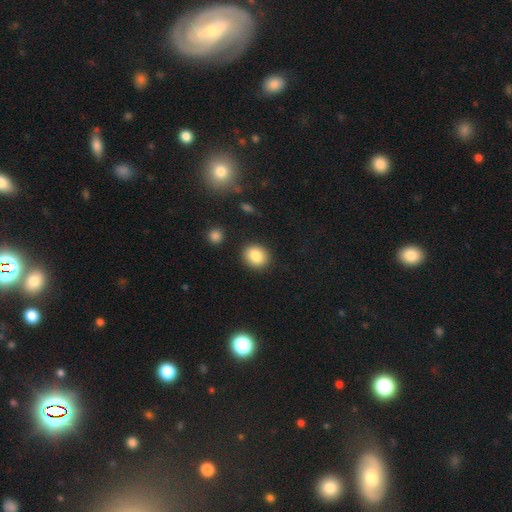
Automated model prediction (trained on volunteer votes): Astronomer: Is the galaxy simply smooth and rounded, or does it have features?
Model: smooth — 86%.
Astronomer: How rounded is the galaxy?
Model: round — 63%.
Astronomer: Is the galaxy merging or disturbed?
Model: none — 87%.